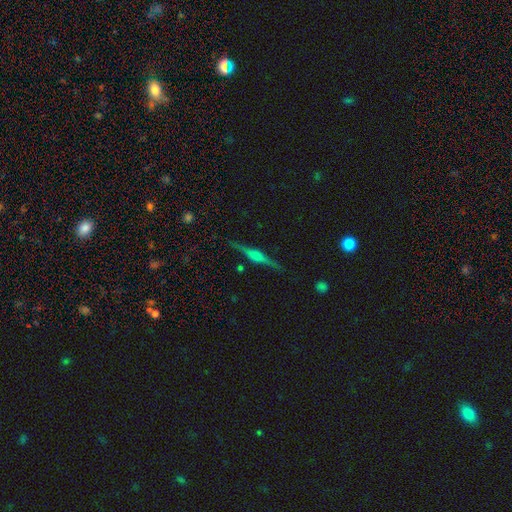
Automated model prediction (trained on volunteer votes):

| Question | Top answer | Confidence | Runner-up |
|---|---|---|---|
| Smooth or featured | featured or disk | 78% | smooth (14%) |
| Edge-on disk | yes | 98% | no (2%) |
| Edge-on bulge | rounded | 72% | boxy (22%) |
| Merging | none | 88% | minor disturbance (8%) |